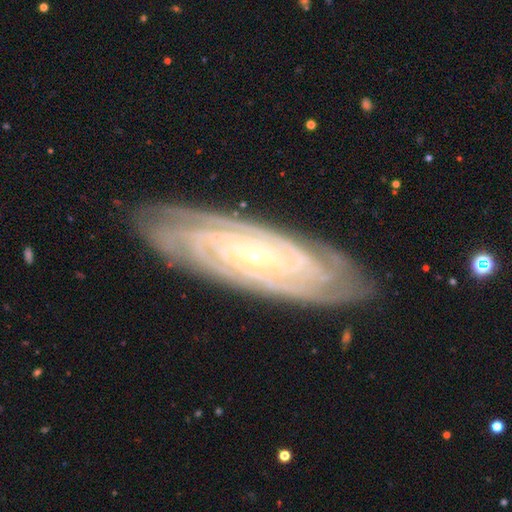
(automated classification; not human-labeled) smooth-or-featured: featured or disk: 90% | star or artifact: 5% | smooth: 5%
  disk-edge-on: no: 91% | yes: 9%
    bar: no: 51% | weak: 30% | strong: 19%
    has-spiral-arms: yes: 98% | no: 2%
      spiral-winding: tight: 85% | medium: 13% | loose: 2%
      spiral-arm-count: 4: 25% | can't tell: 22% | more than 4: 18% | 3: 15% | 2: 13% | 1: 8%
    bulge-size: small: 87% | moderate: 9% | none: 2% | large: 1% | dominant: 1%
  merging: none: 85% | minor disturbance: 12% | major disturbance: 2% | merger: 1%